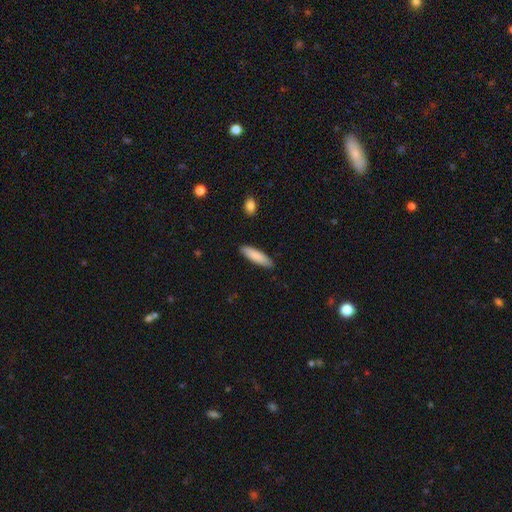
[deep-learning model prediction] Smooth or featured? smooth (86%)
How rounded? cigar-shaped (71%)
Merging? none (89%)